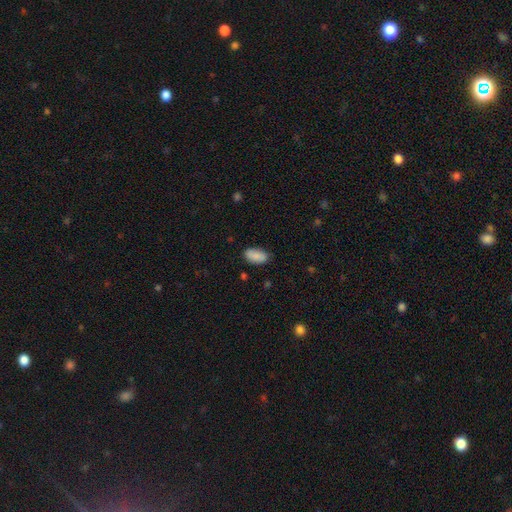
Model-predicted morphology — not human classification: smooth_or_featured: smooth (p=0.88) [alt: star or artifact p=0.07]
how_rounded: in between (p=0.94) [alt: cigar-shaped p=0.04]
merging: none (p=0.81) [alt: minor disturbance p=0.14]